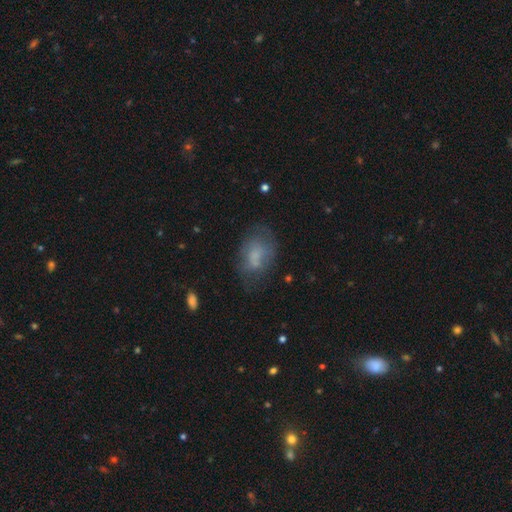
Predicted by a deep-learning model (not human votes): smooth 61%, featured or disk 28%, star or artifact 11%. Down the decision tree: how rounded — in between (81%); merging — none (50%).